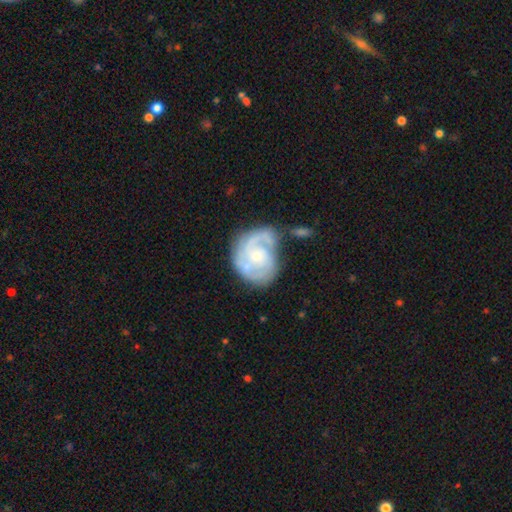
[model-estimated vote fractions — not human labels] This appears to be a featured or disk galaxy (84%) with no bar (69%), 2 (48%) tight (53%) spiral arms (94%) and a small central bulge (60%). Merging: none (53%).